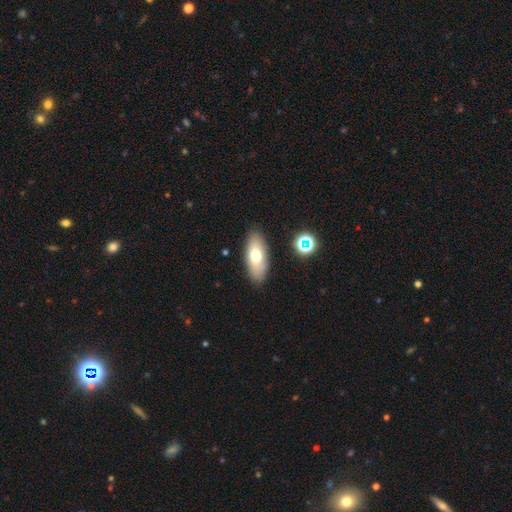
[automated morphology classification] Smooth or featured? Predicted: smooth (p=0.69). How rounded? Predicted: in between (p=0.83). Merging? Predicted: none (p=0.86).